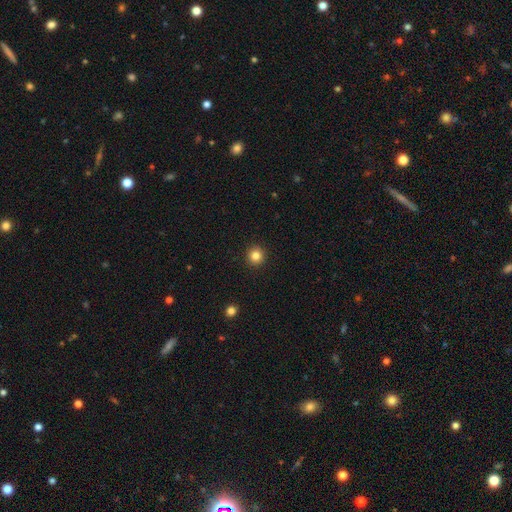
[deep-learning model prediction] This appears to be a smooth galaxy with no disk features (84%) that is round (94%). Merging: none (93%).